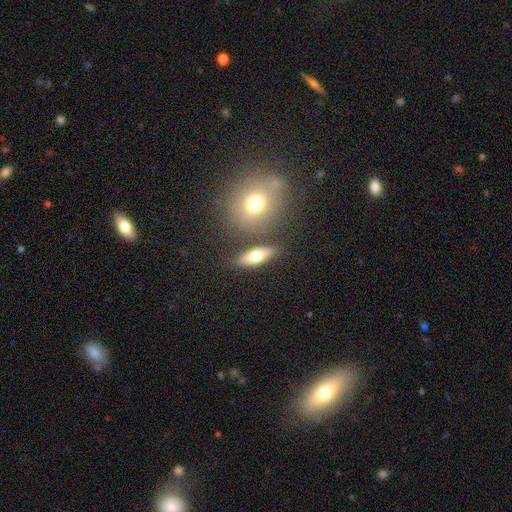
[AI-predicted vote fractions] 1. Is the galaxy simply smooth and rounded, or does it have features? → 65% smooth, 26% featured or disk, 8% star or artifact.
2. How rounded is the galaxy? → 65% in between, 27% cigar-shaped, 8% round.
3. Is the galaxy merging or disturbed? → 75% none, 11% minor disturbance, 9% merger, 4% major disturbance.